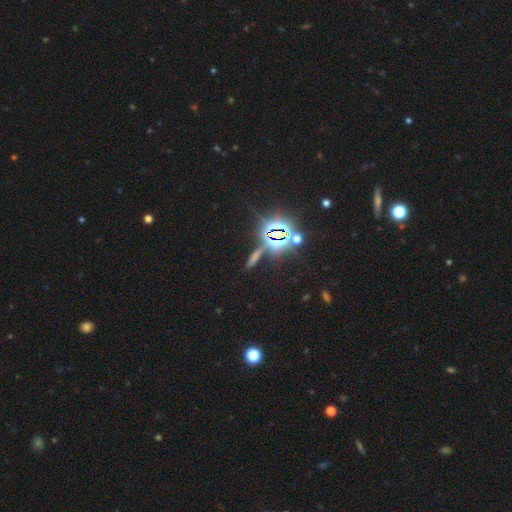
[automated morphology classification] A star or artifact, not a galaxy (66%).